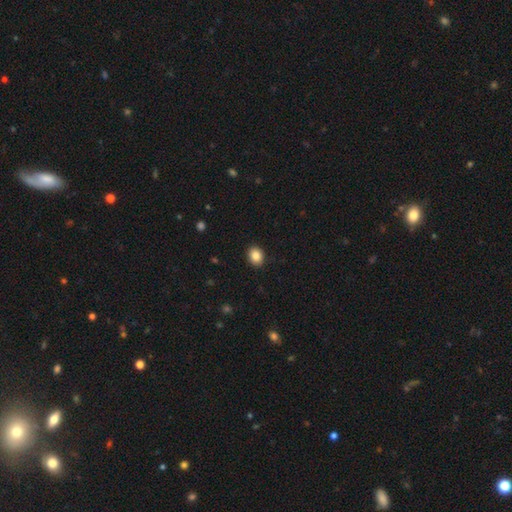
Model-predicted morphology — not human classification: A smooth galaxy with no disk features (86%) that is round (54%). Merging: none (91%).